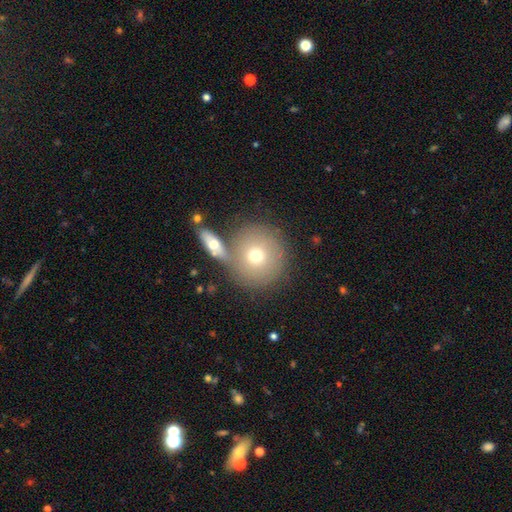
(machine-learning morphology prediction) This appears to be a smooth galaxy with no disk features (69%) that is round (91%). Merging: none (61%).